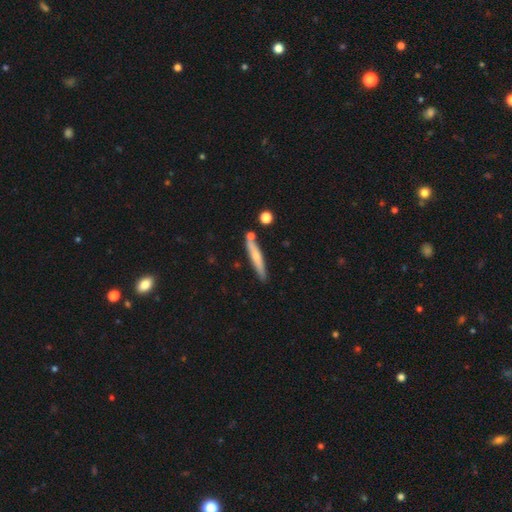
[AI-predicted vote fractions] smooth 56%, featured or disk 38%, star or artifact 6%. Down the decision tree: how rounded — cigar-shaped (93%); merging — none (77%).